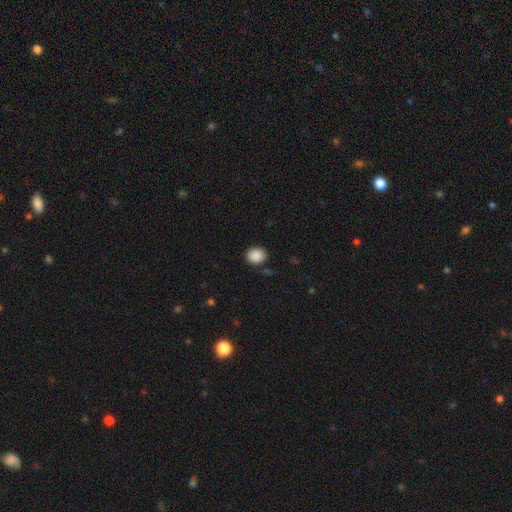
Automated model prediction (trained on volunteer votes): smooth_or_featured: smooth (p=0.89) [alt: star or artifact p=0.08]
how_rounded: round (p=0.64) [alt: in between p=0.35]
merging: none (p=0.84) [alt: minor disturbance p=0.11]